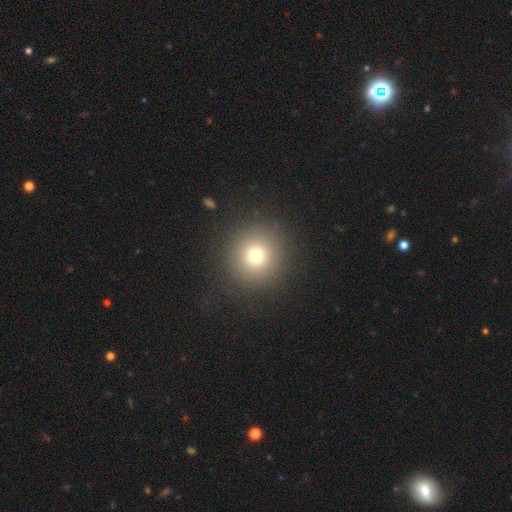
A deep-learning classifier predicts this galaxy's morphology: A smooth galaxy with no disk features (74%) that is round (94%).

Vote fractions:
- Smooth or featured? smooth: 74% / star or artifact: 15% / featured or disk: 10%
- How rounded? round: 94% / in between: 5% / cigar-shaped: 1%
- Merging? none: 89% / minor disturbance: 6% / major disturbance: 3% / merger: 1%